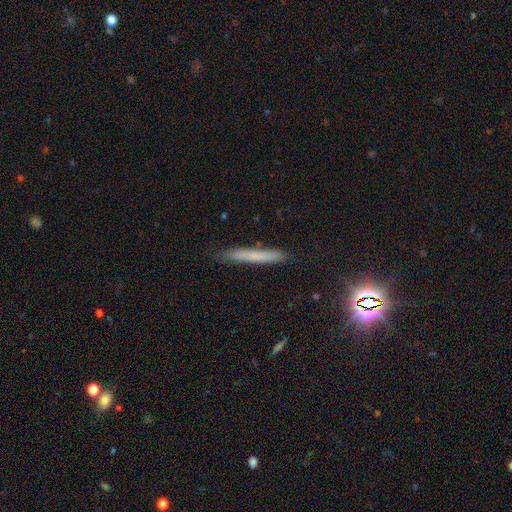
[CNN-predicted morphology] type=smooth (64%); roundness=cigar-shaped (96%); merging=none (87%).